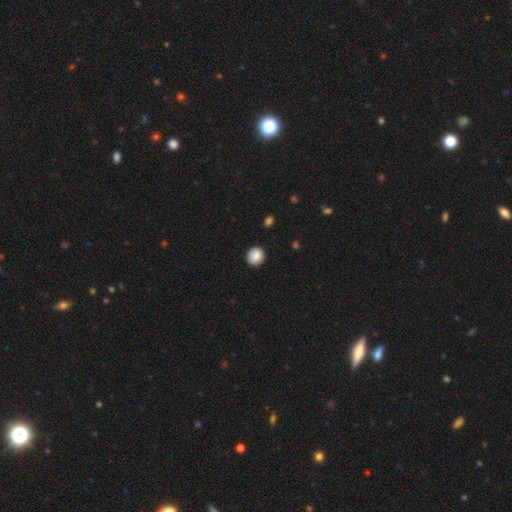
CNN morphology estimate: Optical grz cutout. It shows a smooth galaxy with no disk features (87%) that is round (82%). Merging: none (88%).